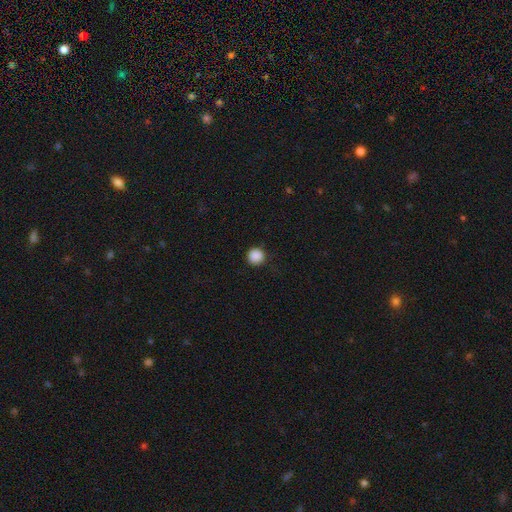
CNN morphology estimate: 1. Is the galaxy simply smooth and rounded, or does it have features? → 88% smooth, 9% star or artifact, 2% featured or disk.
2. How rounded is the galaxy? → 96% round, 3% in between, 1% cigar-shaped.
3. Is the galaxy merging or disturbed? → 90% none, 7% minor disturbance, 2% major disturbance, 1% merger.